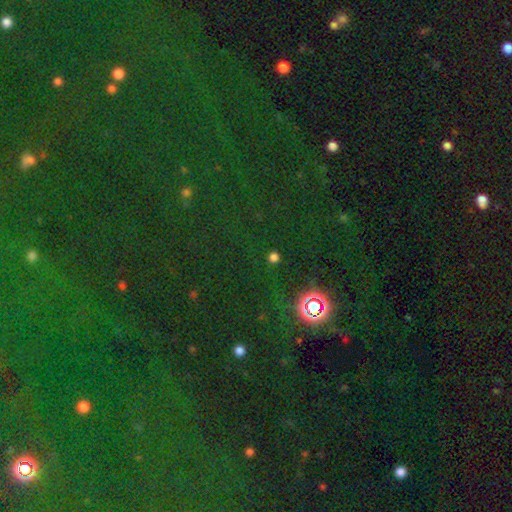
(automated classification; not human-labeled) This is likely a star or artifact rather than a galaxy (76%).